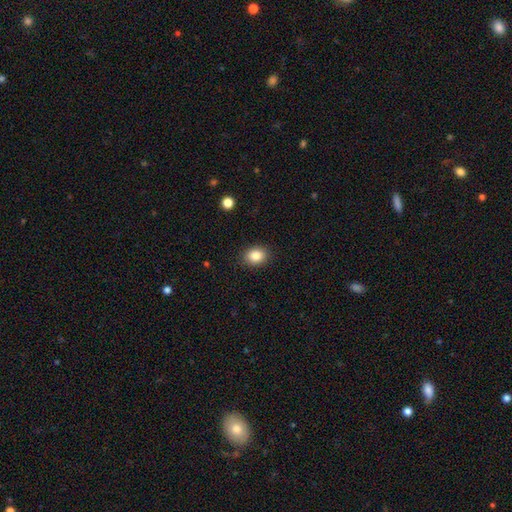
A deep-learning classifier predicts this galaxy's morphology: Smooth or featured?
  - smooth: 85% *
  - star or artifact: 9%
  - featured or disk: 6%
How rounded?
  - in between: 52% *
  - round: 47%
  - cigar-shaped: 1%
Merging?
  - none: 89% *
  - minor disturbance: 8%
  - major disturbance: 2%
  - merger: 1%